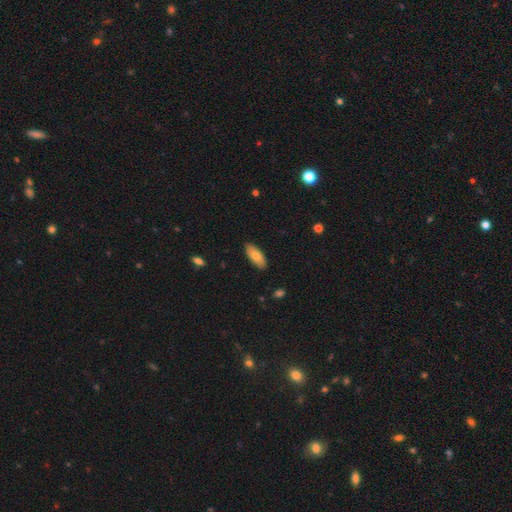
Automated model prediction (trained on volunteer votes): A smooth galaxy with no disk features (74%) that is in between round and cigar-shaped (82%).

Vote fractions:
- Smooth or featured? smooth: 74% / featured or disk: 20% / star or artifact: 6%
- How rounded? in between: 82% / cigar-shaped: 16% / round: 2%
- Merging? none: 88% / minor disturbance: 9% / major disturbance: 2% / merger: 1%